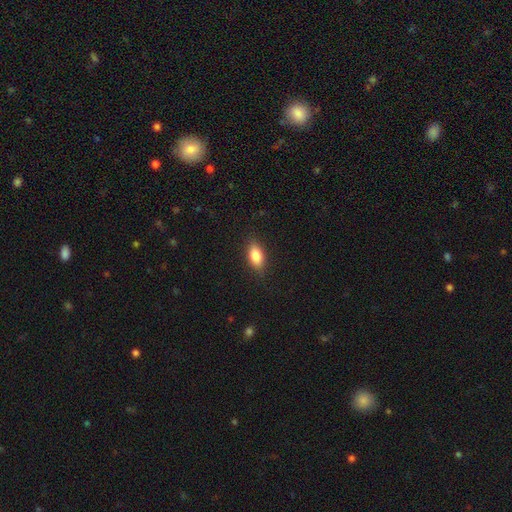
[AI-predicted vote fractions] smooth_or_featured: smooth (p=0.83) [alt: featured or disk p=0.09]
how_rounded: in between (p=0.86) [alt: cigar-shaped p=0.08]
merging: none (p=0.86) [alt: minor disturbance p=0.11]